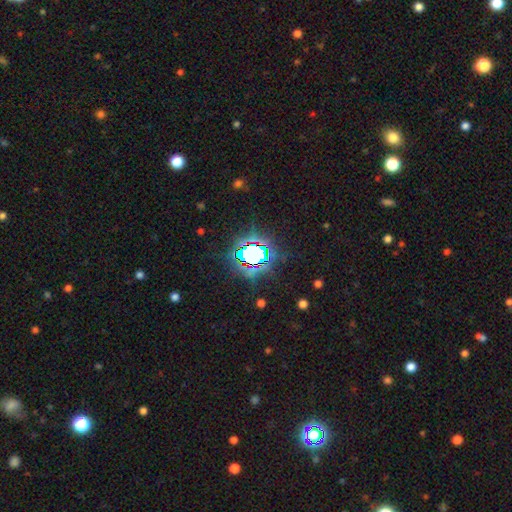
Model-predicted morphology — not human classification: star or artifact 71%, smooth 18%, featured or disk 12%.